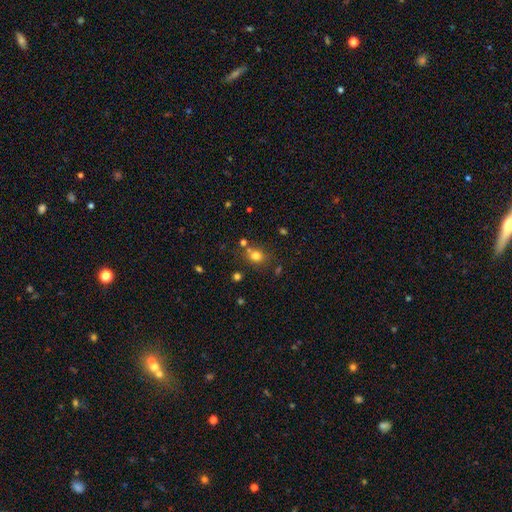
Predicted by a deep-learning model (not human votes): This is likely a smooth galaxy (74%). How rounded: likely round (69%). Merging: likely none (68%).